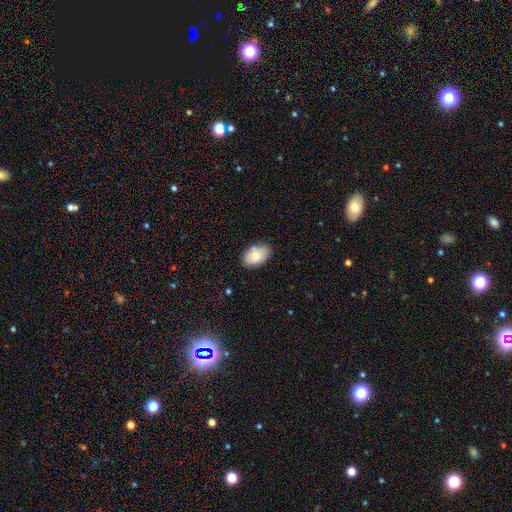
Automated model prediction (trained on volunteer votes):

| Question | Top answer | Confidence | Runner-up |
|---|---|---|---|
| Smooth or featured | smooth | 77% | featured or disk (15%) |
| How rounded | in between | 89% | round (9%) |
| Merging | none | 77% | minor disturbance (16%) |